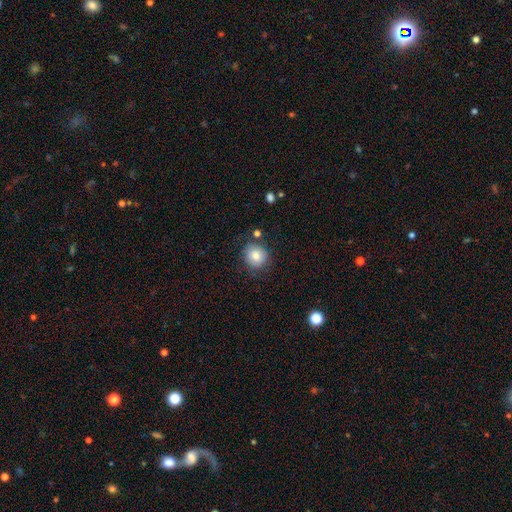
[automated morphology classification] Smooth or featured? Predicted: smooth (p=0.78). How rounded? Predicted: round (p=0.88). Merging? Predicted: none (p=0.77).